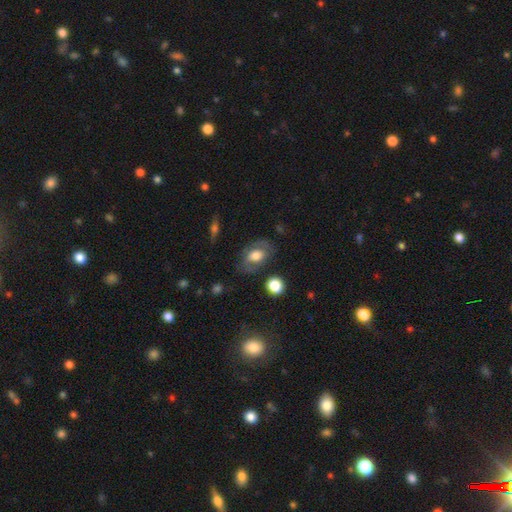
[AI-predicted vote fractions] Q: Smooth or featured?
A: smooth (51%); runner-up: featured or disk (42%)
Q: How rounded?
A: in between (82%); runner-up: round (16%)
Q: Merging?
A: none (67%); runner-up: minor disturbance (19%)